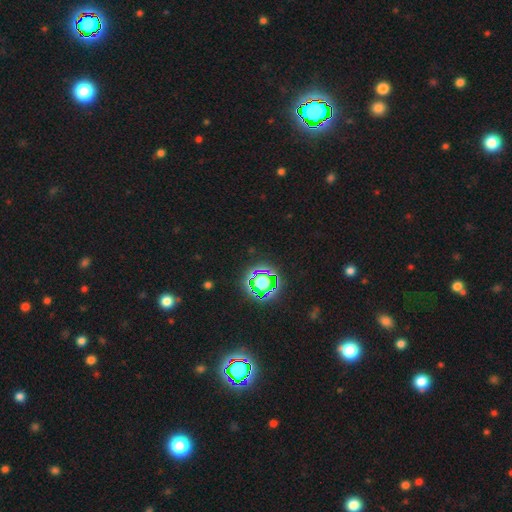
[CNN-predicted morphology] smooth-or-featured: star or artifact: 82% | smooth: 12% | featured or disk: 7%